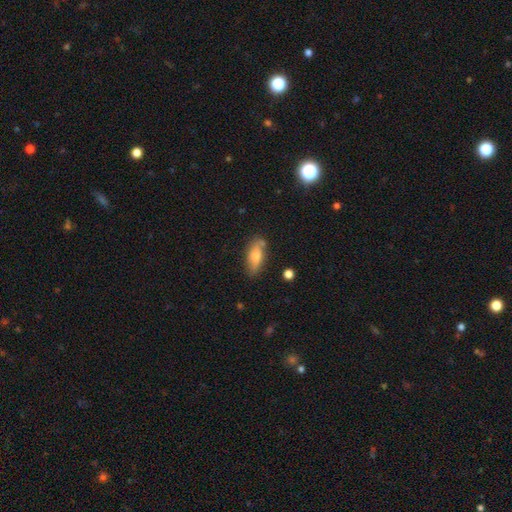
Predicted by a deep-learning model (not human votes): A smooth galaxy with no disk features (68%) that is in between round and cigar-shaped (71%).

Vote fractions:
- Smooth or featured? smooth: 68% / featured or disk: 24% / star or artifact: 8%
- How rounded? in between: 71% / cigar-shaped: 26% / round: 4%
- Merging? none: 74% / minor disturbance: 18% / merger: 4% / major disturbance: 4%